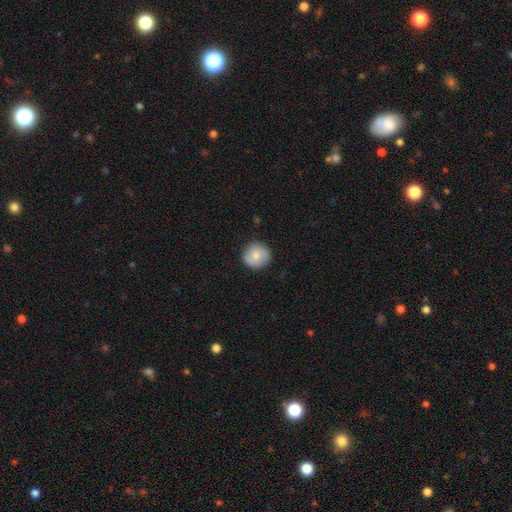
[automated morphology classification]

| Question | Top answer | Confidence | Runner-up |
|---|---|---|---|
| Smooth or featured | smooth | 75% | featured or disk (18%) |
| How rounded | round | 93% | in between (6%) |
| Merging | none | 87% | minor disturbance (9%) |